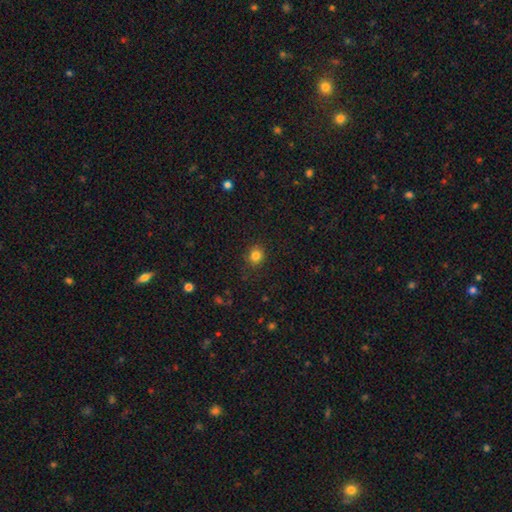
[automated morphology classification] smooth_or_featured: smooth (p=0.83) [alt: star or artifact p=0.12]
how_rounded: round (p=0.80) [alt: in between p=0.19]
merging: none (p=0.87) [alt: minor disturbance p=0.10]